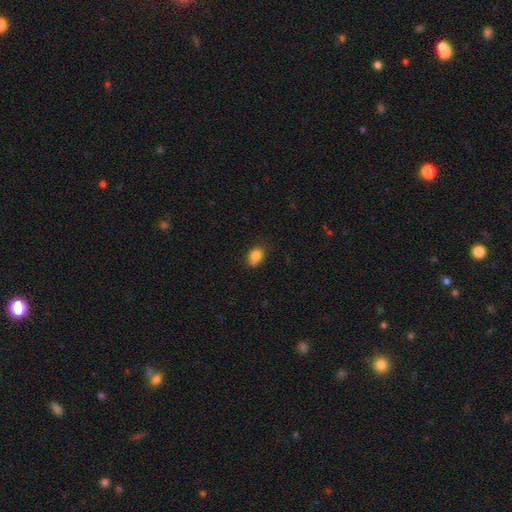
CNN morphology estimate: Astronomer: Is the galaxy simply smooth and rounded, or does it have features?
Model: smooth — 85%.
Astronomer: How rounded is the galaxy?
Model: in between — 66%.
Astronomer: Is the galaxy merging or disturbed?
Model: none — 77%.